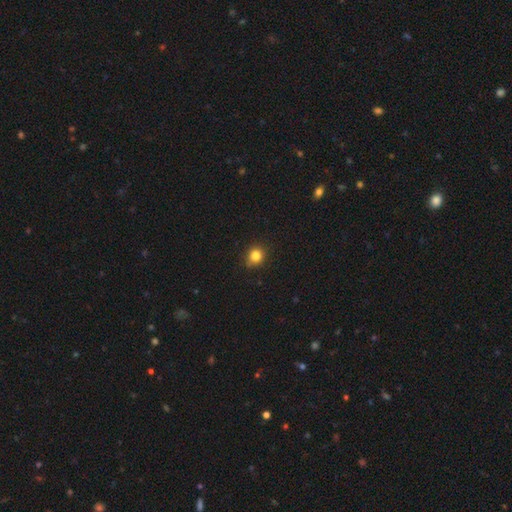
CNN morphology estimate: smooth-or-featured: smooth: 83% | star or artifact: 12% | featured or disk: 5%
  how-rounded: round: 80% | in between: 19% | cigar-shaped: 1%
  merging: none: 85% | minor disturbance: 12% | major disturbance: 2% | merger: 1%